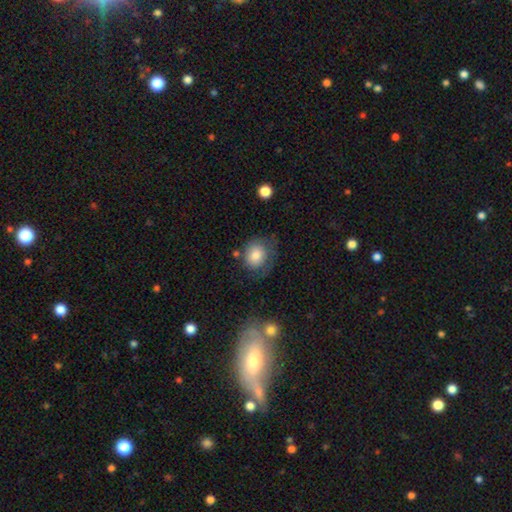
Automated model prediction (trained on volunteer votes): smooth-or-featured: smooth: 77% | featured or disk: 15% | star or artifact: 8%
  how-rounded: round: 61% | in between: 38% | cigar-shaped: 1%
  merging: none: 57% | minor disturbance: 25% | major disturbance: 13% | merger: 5%